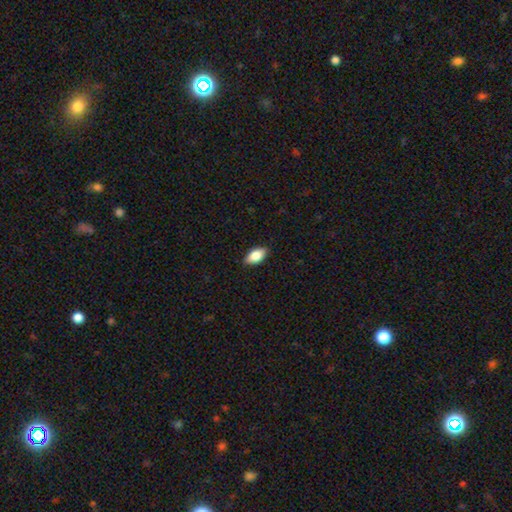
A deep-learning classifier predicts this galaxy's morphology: This is clearly a smooth galaxy (82%). How rounded: clearly in between (91%). Merging: clearly none (86%).